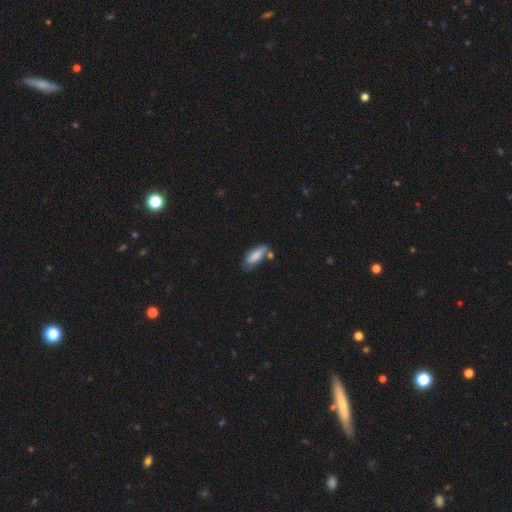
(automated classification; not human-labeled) smooth 77%, featured or disk 16%, star or artifact 7%. Down the decision tree: how rounded — in between (72%); merging — none (49%).